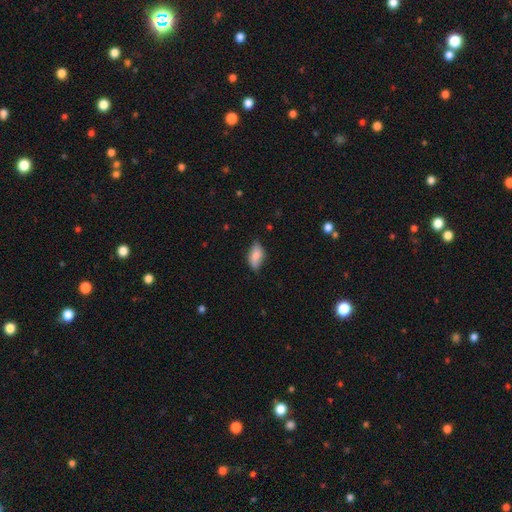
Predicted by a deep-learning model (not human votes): A smooth galaxy with no disk features (78%) that is in between round and cigar-shaped (90%). Merging: none (68%).